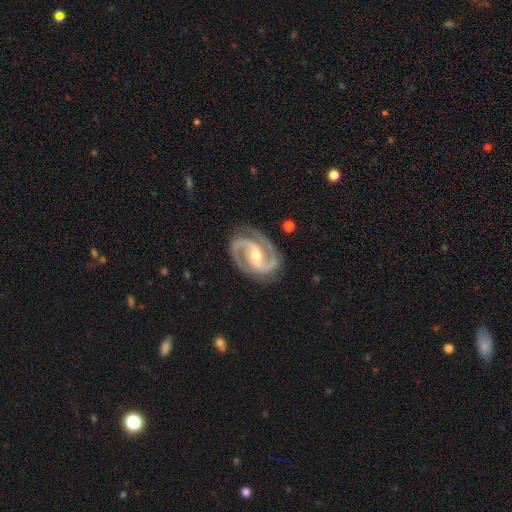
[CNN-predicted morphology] smooth-or-featured: featured or disk: 94% | star or artifact: 3% | smooth: 2%
  disk-edge-on: no: 98% | yes: 2%
    bar: strong: 43% | weak: 36% | no: 21%
    has-spiral-arms: yes: 99% | no: 1%
      spiral-winding: medium: 57% | tight: 35% | loose: 8%
      spiral-arm-count: 2: 94% | 3: 2% | can't tell: 1% | 1: 1% | 4: 1% | more than 4: 1%
    bulge-size: moderate: 53% | small: 43% | large: 2% | none: 1% | dominant: 1%
  merging: none: 84% | minor disturbance: 12% | major disturbance: 3% | merger: 1%